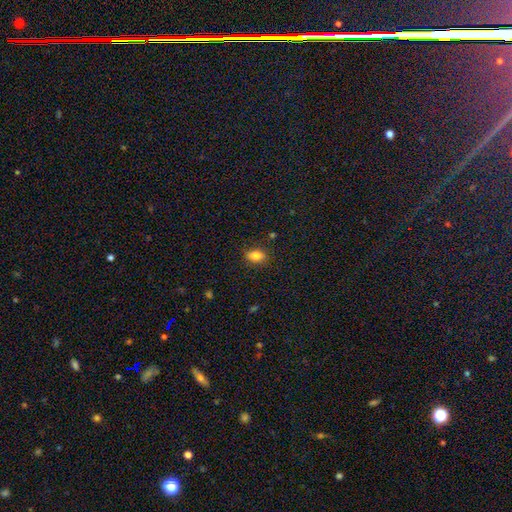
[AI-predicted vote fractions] smooth-or-featured: smooth: 83% | star or artifact: 10% | featured or disk: 6%
  how-rounded: in between: 77% | round: 21% | cigar-shaped: 3%
  merging: none: 83% | minor disturbance: 13% | major disturbance: 3% | merger: 2%